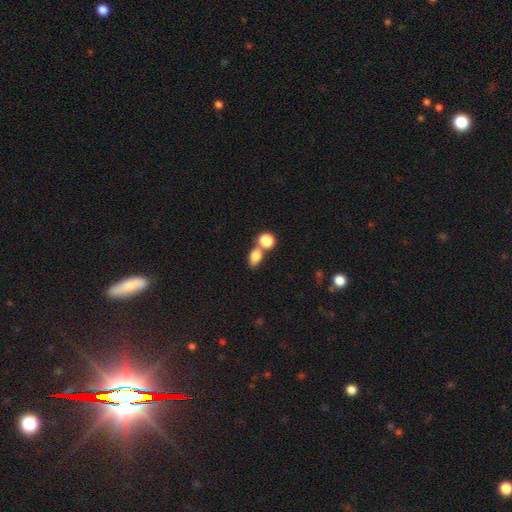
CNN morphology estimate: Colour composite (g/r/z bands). It shows a smooth galaxy with no disk features (82%) that is in between round and cigar-shaped (69%). Merging: merger (46%).